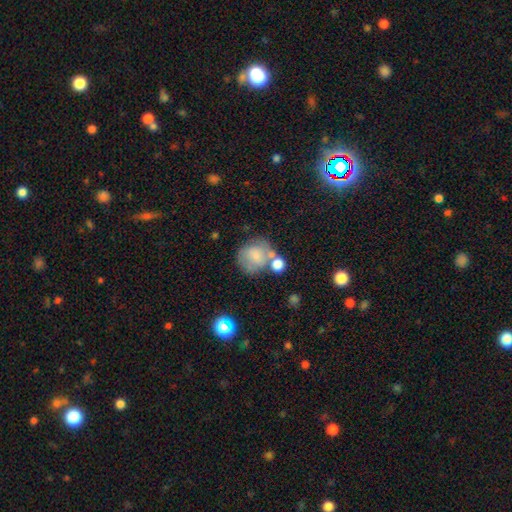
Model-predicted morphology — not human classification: Q: Smooth or featured?
A: smooth (68%); runner-up: featured or disk (22%)
Q: How rounded?
A: round (78%); runner-up: in between (21%)
Q: Merging?
A: none (47%); runner-up: merger (23%)